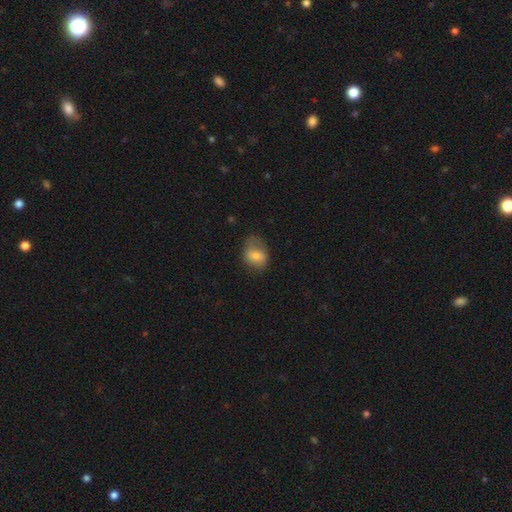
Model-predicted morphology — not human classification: A smooth galaxy with no disk features (70%) that is in between round and cigar-shaped (61%).

Vote fractions:
- Smooth or featured? smooth: 70% / featured or disk: 22% / star or artifact: 8%
- How rounded? in between: 61% / round: 38% / cigar-shaped: 1%
- Merging? none: 51% / minor disturbance: 31% / major disturbance: 16% / merger: 2%